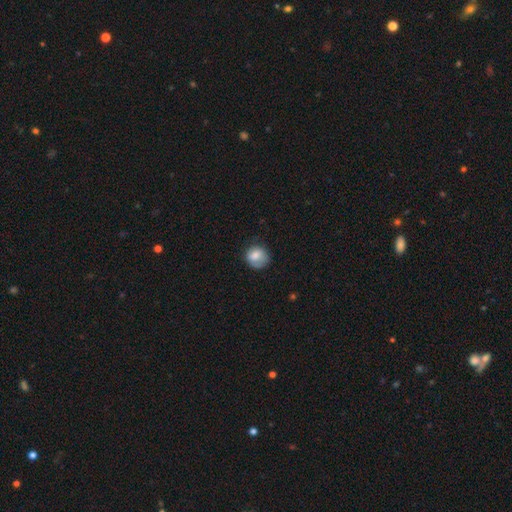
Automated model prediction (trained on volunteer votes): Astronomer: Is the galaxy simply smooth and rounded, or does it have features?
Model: smooth — 78%.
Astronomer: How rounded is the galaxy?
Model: round — 75%.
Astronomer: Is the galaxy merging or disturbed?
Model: none — 60%.